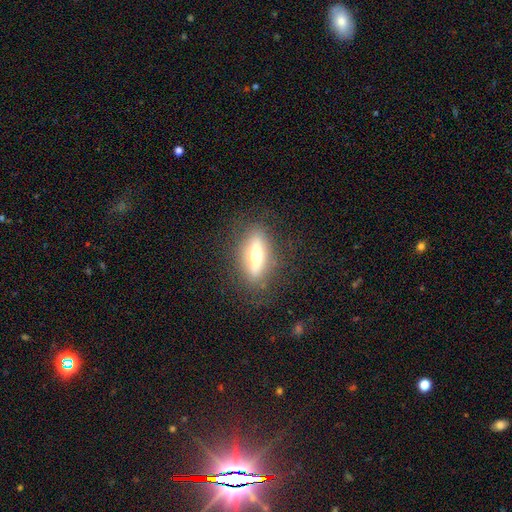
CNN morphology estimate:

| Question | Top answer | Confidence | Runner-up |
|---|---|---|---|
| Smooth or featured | featured or disk | 50% | smooth (43%) |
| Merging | none | 83% | minor disturbance (11%) |